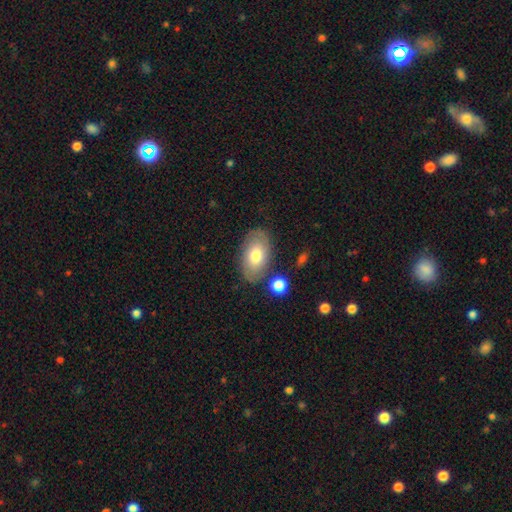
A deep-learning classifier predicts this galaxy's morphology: This is likely a smooth galaxy (64%). How rounded: clearly in between (92%). Merging: likely none (77%).